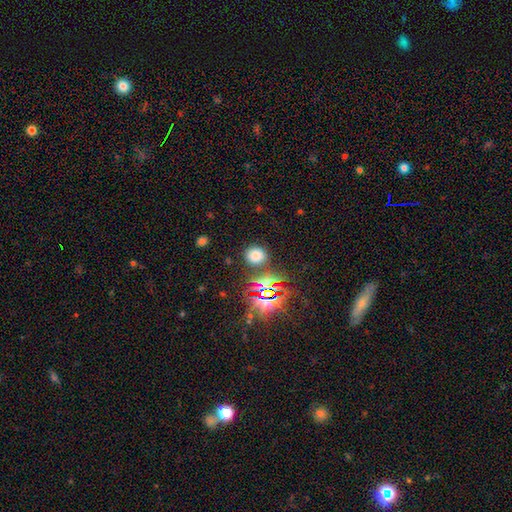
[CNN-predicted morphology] Smooth or featured: smooth — 66% (star or artifact — 27%)
How rounded: round — 73% (in between — 26%)
Merging: none — 83% (minor disturbance — 9%)